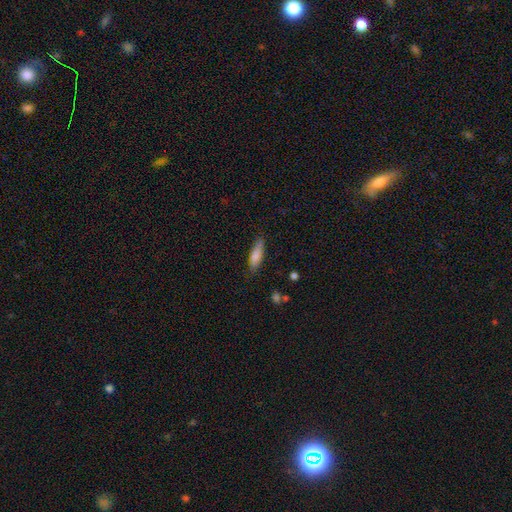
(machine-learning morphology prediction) A smooth galaxy with no disk features (81%) that is cigar-shaped (58%). Merging: none (78%).